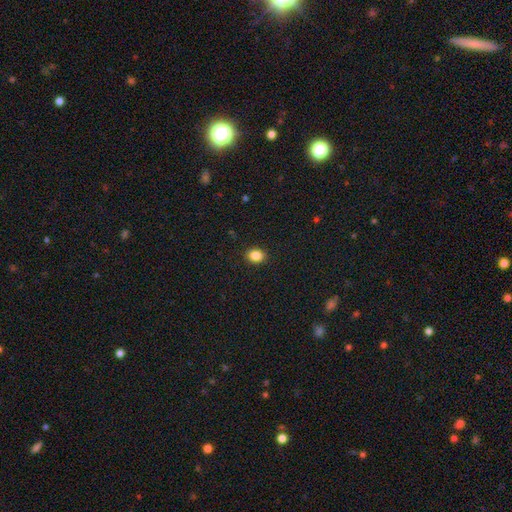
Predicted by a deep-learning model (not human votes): Q: Smooth or featured?
A: smooth (86%); runner-up: star or artifact (10%)
Q: How rounded?
A: round (54%); runner-up: in between (45%)
Q: Merging?
A: none (91%); runner-up: minor disturbance (6%)